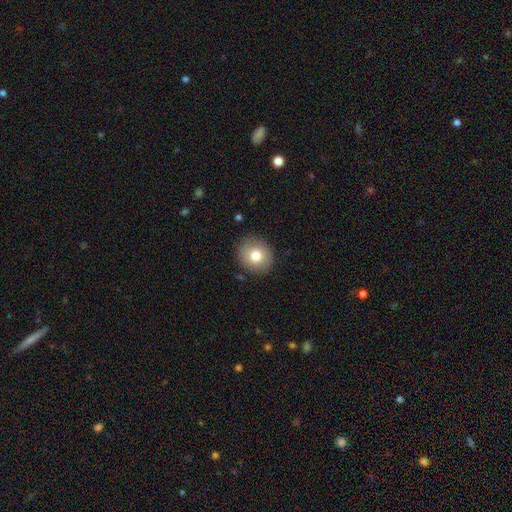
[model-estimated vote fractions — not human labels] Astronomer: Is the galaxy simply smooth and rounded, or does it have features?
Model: smooth — 77%.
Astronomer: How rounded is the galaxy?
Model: round — 77%.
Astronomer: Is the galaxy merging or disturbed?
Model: none — 87%.